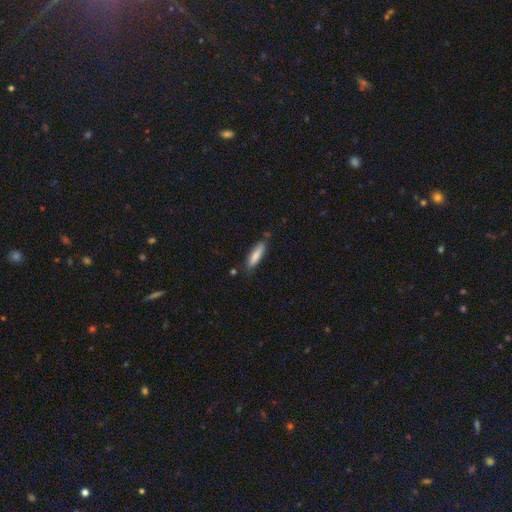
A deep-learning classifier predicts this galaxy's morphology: smooth 83%, featured or disk 11%, star or artifact 6%. Down the decision tree: how rounded — cigar-shaped (70%); merging — none (74%).